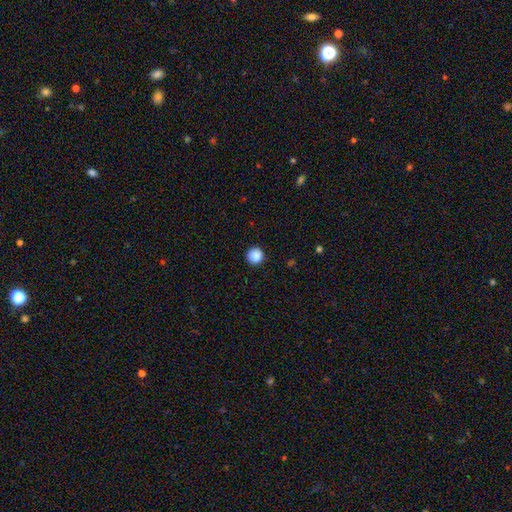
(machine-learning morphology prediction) Overall: smooth (88%). How rounded: round (96%). Merging: none (92%).